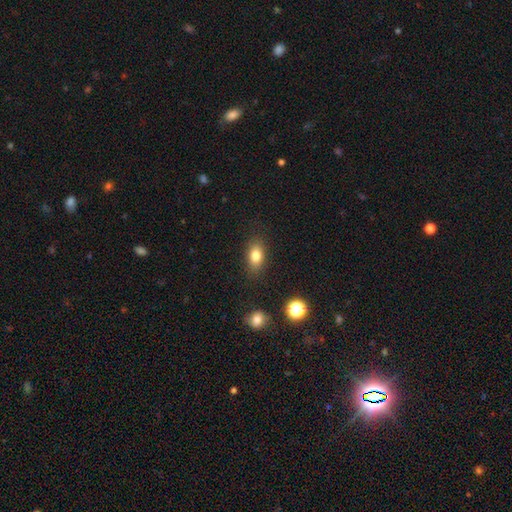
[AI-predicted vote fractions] Overall: smooth (81%). How rounded: in between (82%). Merging: none (84%).